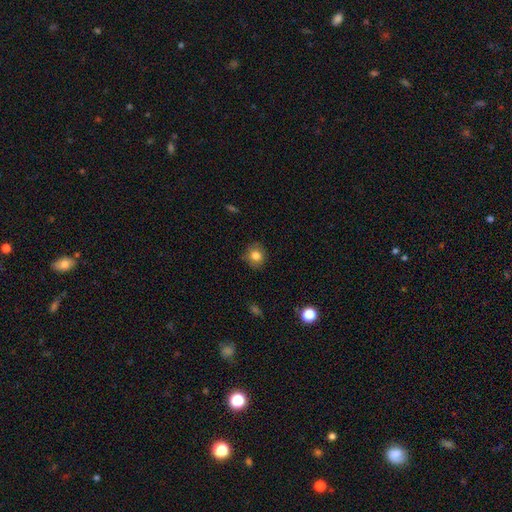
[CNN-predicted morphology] Smooth or featured? Predicted: smooth (p=0.81). How rounded? Predicted: round (p=0.77). Merging? Predicted: none (p=0.82).